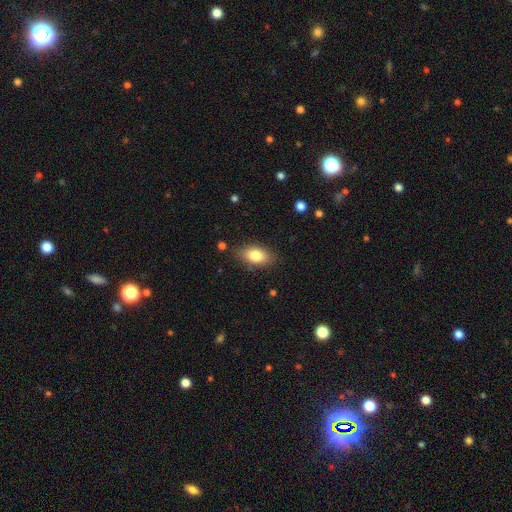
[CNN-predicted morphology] smooth 82%, featured or disk 11%, star or artifact 8%. Down the decision tree: how rounded — in between (89%); merging — none (83%).